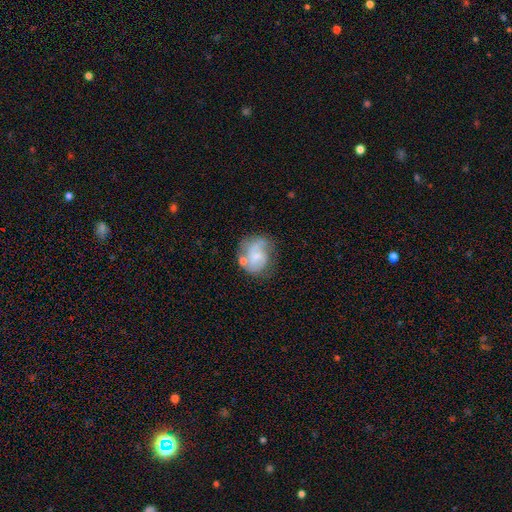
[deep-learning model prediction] Morphology: type=featured or disk (63%); edge-on=no (98%); bar=no (57%); spiral arms=yes (85%); winding=medium (46%); arm count=2 (61%); bulge=small (50%); merging=none (49%).